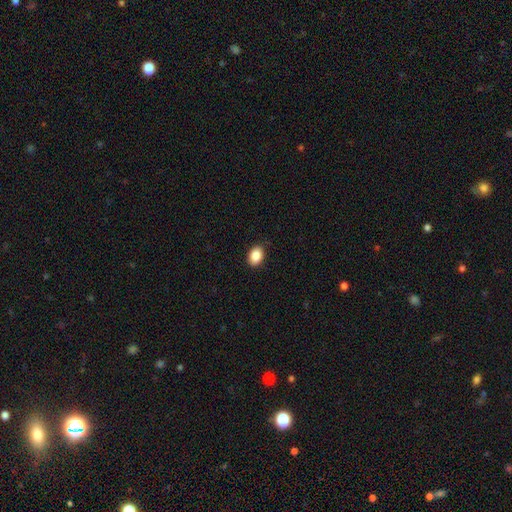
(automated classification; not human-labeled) smooth-or-featured: smooth: 88% | star or artifact: 8% | featured or disk: 4%
  how-rounded: in between: 83% | round: 16% | cigar-shaped: 1%
  merging: none: 89% | minor disturbance: 8% | major disturbance: 2% | merger: 1%